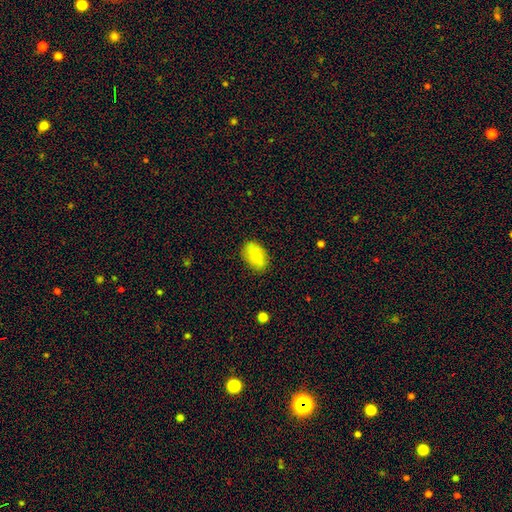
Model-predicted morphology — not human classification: Q: Smooth or featured?
A: smooth (83%); runner-up: featured or disk (10%)
Q: How rounded?
A: in between (89%); runner-up: round (10%)
Q: Merging?
A: none (82%); runner-up: minor disturbance (14%)